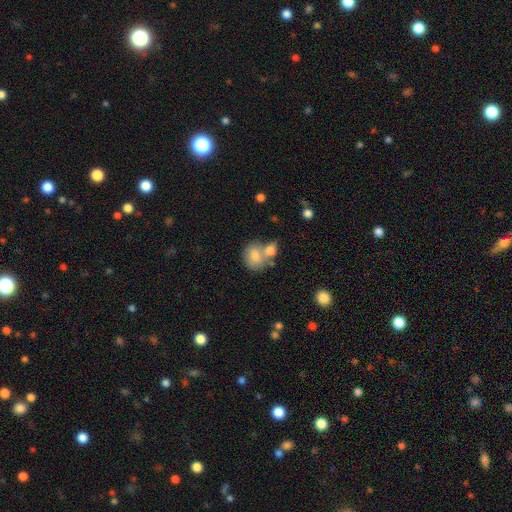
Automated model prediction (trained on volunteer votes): A smooth galaxy with no disk features (78%) that is in between round and cigar-shaped (55%). Merging: merger (51%).